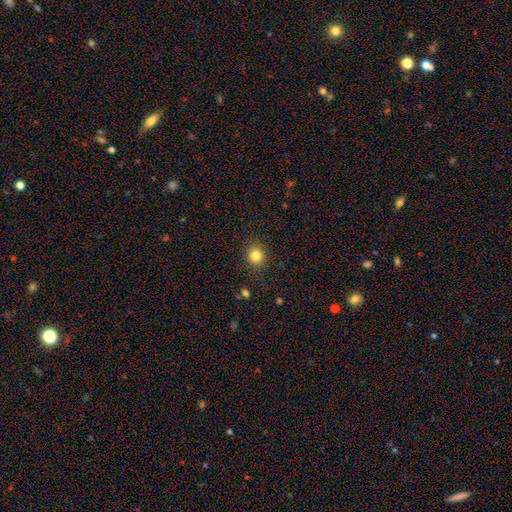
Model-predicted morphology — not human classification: smooth-or-featured: smooth: 83% | star or artifact: 12% | featured or disk: 5%
  how-rounded: round: 89% | in between: 11% | cigar-shaped: 1%
  merging: none: 89% | minor disturbance: 7% | major disturbance: 3% | merger: 1%